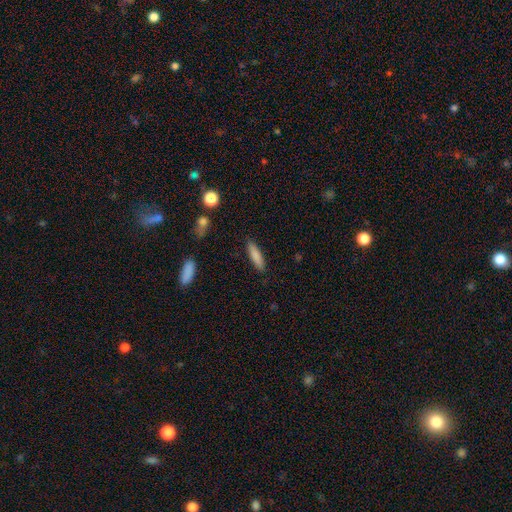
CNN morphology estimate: type=smooth (83%); roundness=cigar-shaped (72%); merging=none (88%).